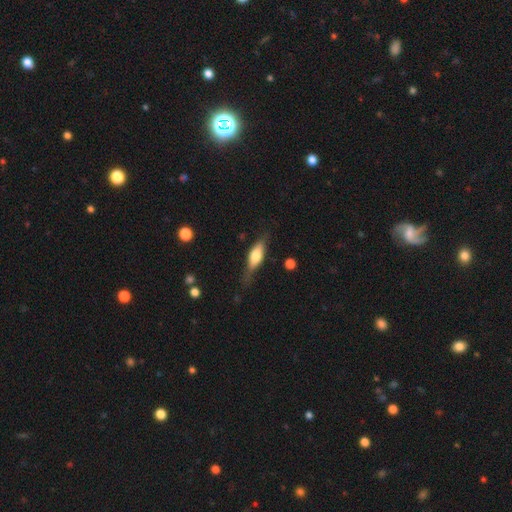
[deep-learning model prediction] This appears to be a smooth galaxy with no disk features (57%) that is in between round and cigar-shaped (61%). Merging: none (66%).